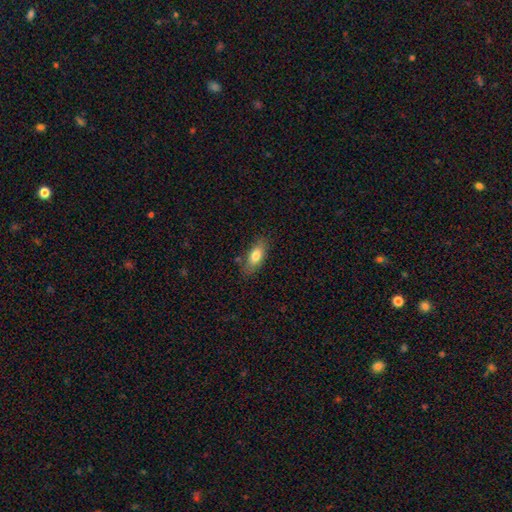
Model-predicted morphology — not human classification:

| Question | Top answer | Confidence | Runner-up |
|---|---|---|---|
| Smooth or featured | smooth | 77% | featured or disk (16%) |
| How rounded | in between | 82% | cigar-shaped (14%) |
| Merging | none | 79% | minor disturbance (15%) |